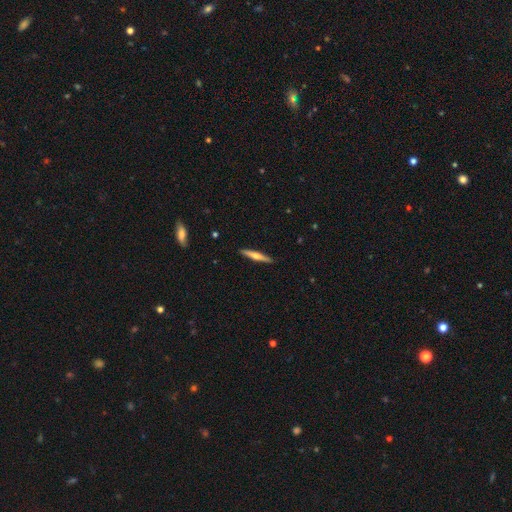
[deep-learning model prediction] Smooth or featured: featured or disk — 54% (smooth — 40%)
Edge-on disk: yes — 97% (no — 3%)
Edge-on bulge: rounded — 83% (none — 11%)
Merging: none — 91% (minor disturbance — 7%)